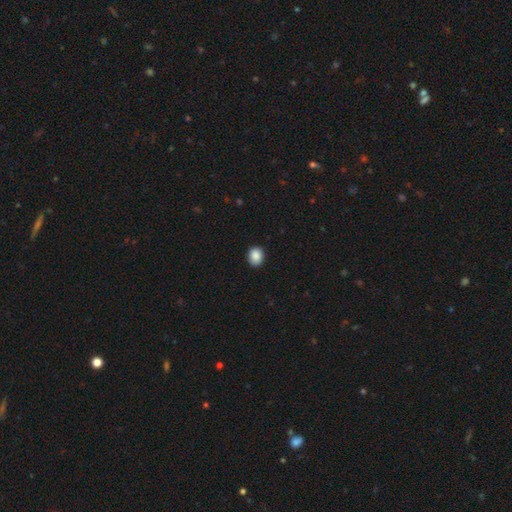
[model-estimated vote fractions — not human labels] Smooth or featured: smooth — 88% (star or artifact — 8%)
How rounded: round — 61% (in between — 38%)
Merging: none — 88% (minor disturbance — 9%)